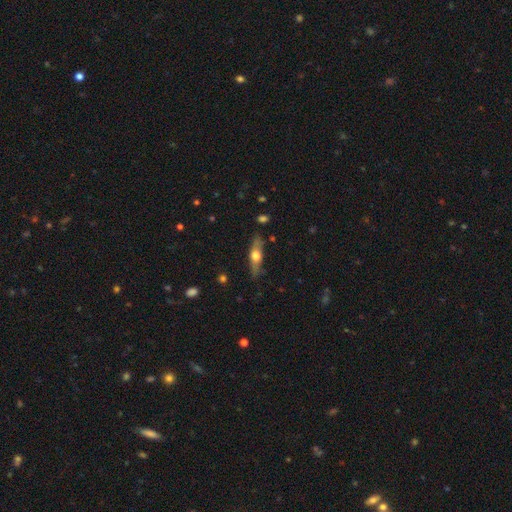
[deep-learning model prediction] smooth-or-featured: featured or disk: 52% | smooth: 41% | star or artifact: 6%
  disk-edge-on: yes: 88% | no: 12%
  merging: none: 80% | minor disturbance: 15% | major disturbance: 3% | merger: 2%